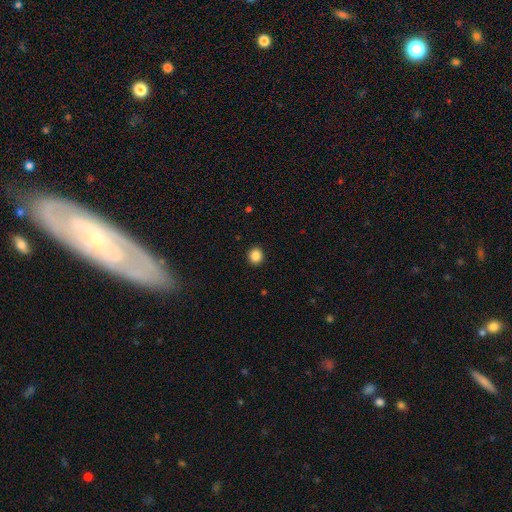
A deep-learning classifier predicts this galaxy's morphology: Smooth or featured? Predicted: smooth (p=0.87). How rounded? Predicted: round (p=0.87). Merging? Predicted: none (p=0.93).